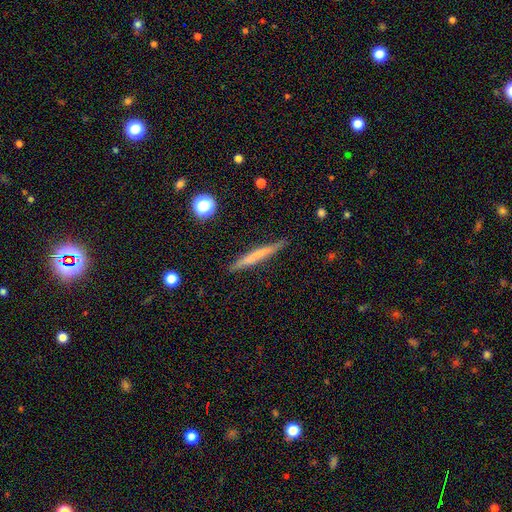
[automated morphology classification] A smooth galaxy with no disk features (55%) that is cigar-shaped (96%).

Vote fractions:
- Smooth or featured? smooth: 55% / featured or disk: 38% / star or artifact: 7%
- How rounded? cigar-shaped: 96% / in between: 3% / round: 2%
- Merging? none: 88% / minor disturbance: 9% / major disturbance: 2% / merger: 1%